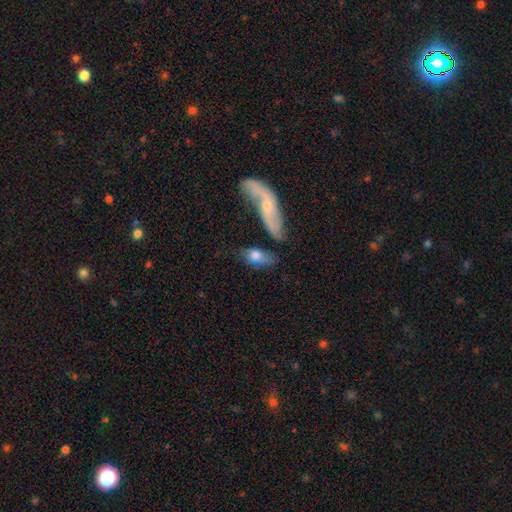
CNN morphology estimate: A smooth galaxy with no disk features (68%) that is in between round and cigar-shaped (79%). Merging: none (50%).